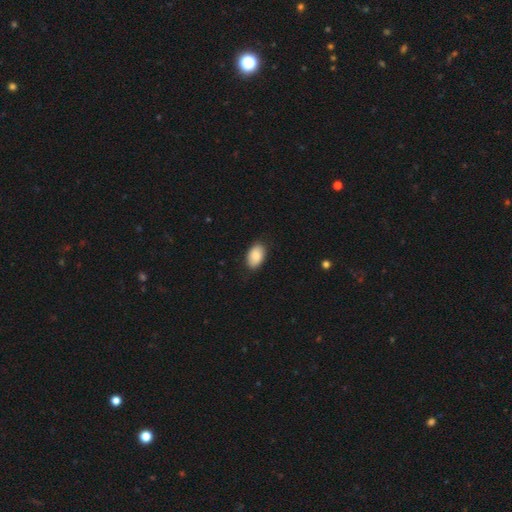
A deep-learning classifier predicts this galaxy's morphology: A smooth galaxy with no disk features (86%) that is in between round and cigar-shaped (92%). Merging: none (86%).